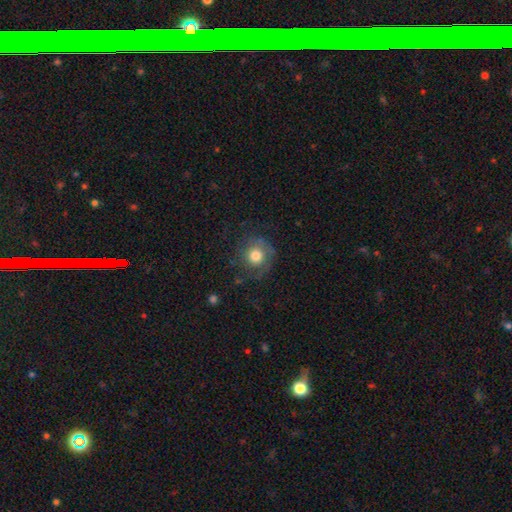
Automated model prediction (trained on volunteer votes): smooth-or-featured: smooth: 62% | featured or disk: 28% | star or artifact: 10%
  how-rounded: round: 90% | in between: 9% | cigar-shaped: 1%
  merging: none: 65% | minor disturbance: 19% | major disturbance: 15% | merger: 2%